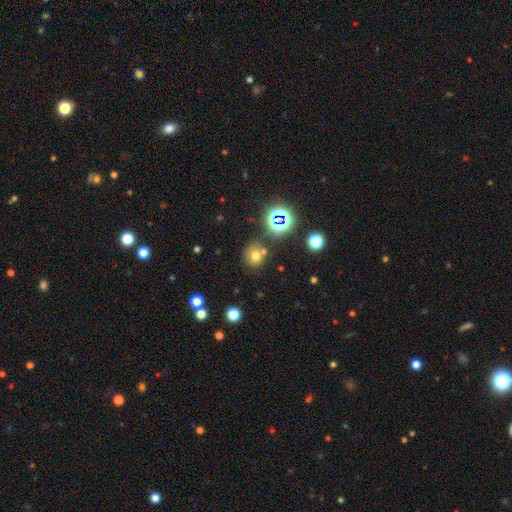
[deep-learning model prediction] The model was most divided on "smooth or featured": smooth: 66%, star or artifact: 23%, featured or disk: 11%. More confident: how rounded — round (80%); merging — none (68%).